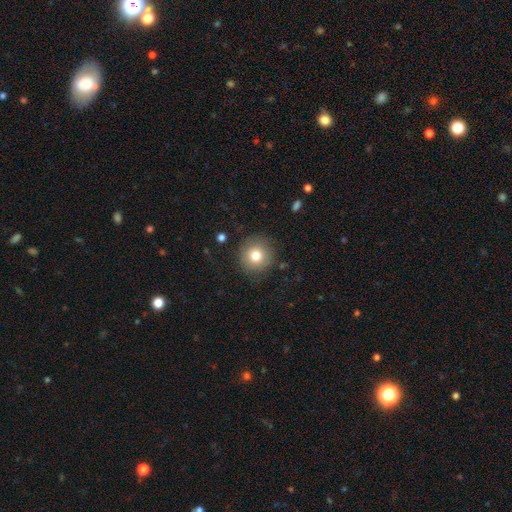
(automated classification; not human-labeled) The model was most divided on "smooth or featured": smooth: 78%, featured or disk: 11%, star or artifact: 10%. More confident: how rounded — round (93%); merging — none (85%).